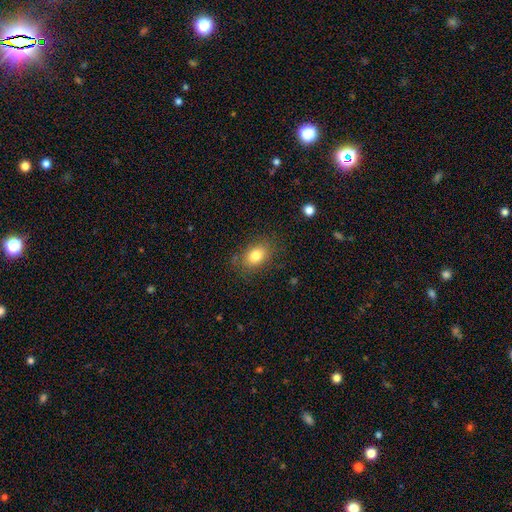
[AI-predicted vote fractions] Morphology: type=smooth (80%); roundness=in between (75%); merging=none (80%).